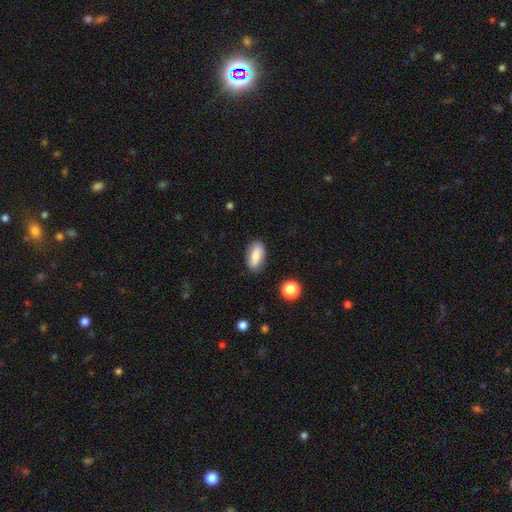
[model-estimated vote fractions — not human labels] Smooth or featured?
  - smooth: 75% *
  - featured or disk: 18%
  - star or artifact: 7%
How rounded?
  - in between: 85% *
  - cigar-shaped: 11%
  - round: 4%
Merging?
  - none: 84% *
  - minor disturbance: 12%
  - major disturbance: 3%
  - merger: 2%